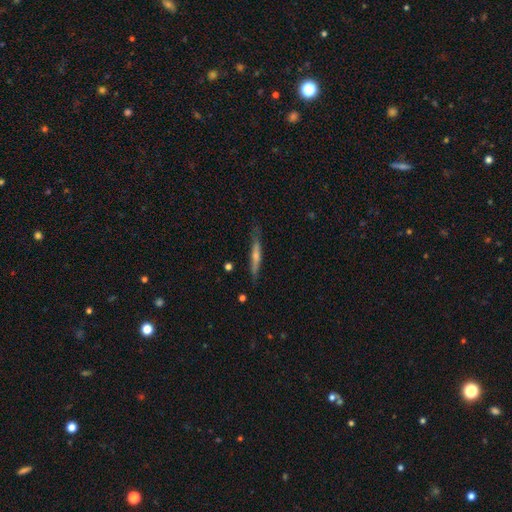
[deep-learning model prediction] Smooth or featured: featured or disk — 59% (smooth — 34%)
Edge-on disk: yes — 94% (no — 6%)
Edge-on bulge: rounded — 60% (none — 33%)
Merging: none — 80% (minor disturbance — 15%)